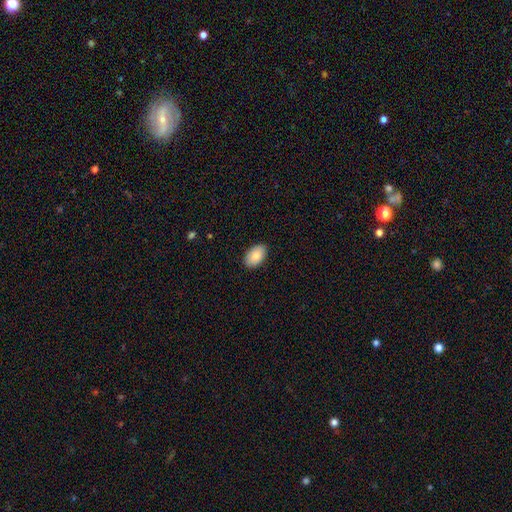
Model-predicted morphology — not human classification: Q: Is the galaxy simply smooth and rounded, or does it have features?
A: smooth — 85%.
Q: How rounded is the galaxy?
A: in between — 93%.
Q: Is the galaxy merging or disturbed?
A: none — 89%.